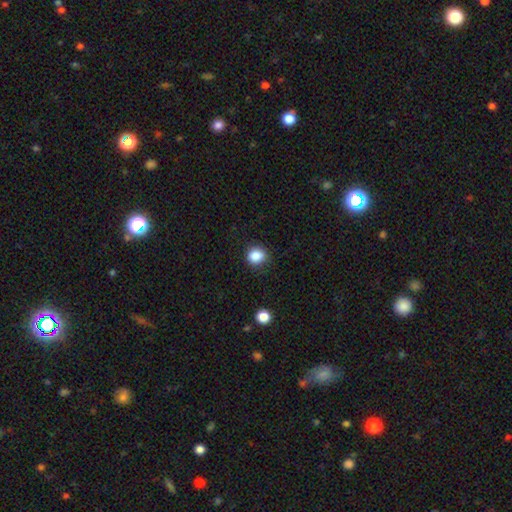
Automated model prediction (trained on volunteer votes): Smooth or featured?
  - smooth: 86% *
  - star or artifact: 11%
  - featured or disk: 3%
How rounded?
  - round: 78% *
  - in between: 21%
  - cigar-shaped: 1%
Merging?
  - none: 86% *
  - minor disturbance: 10%
  - major disturbance: 3%
  - merger: 1%